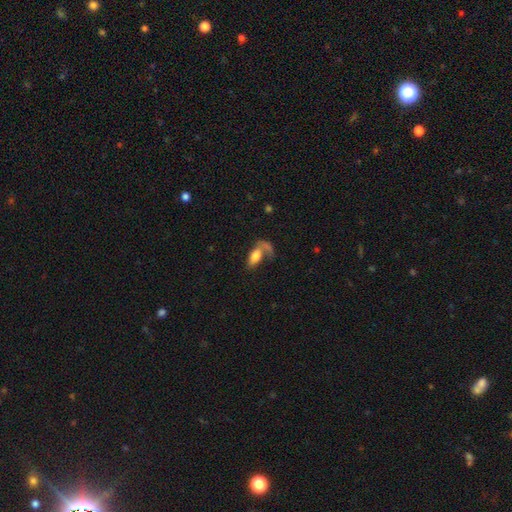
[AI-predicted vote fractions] Smooth or featured? Predicted: smooth (p=0.69). How rounded? Predicted: in between (p=0.83). Merging? Predicted: none (p=0.35).